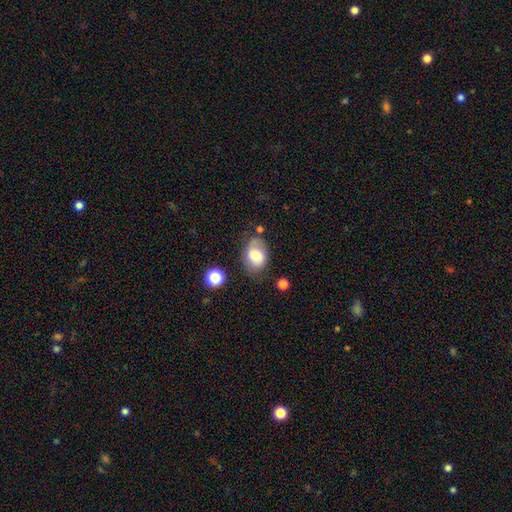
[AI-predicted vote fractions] Smooth or featured? smooth (68%)
How rounded? in between (77%)
Merging? none (61%)